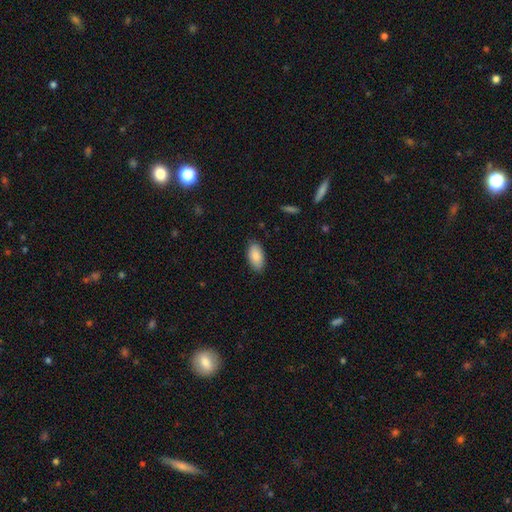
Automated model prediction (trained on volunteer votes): smooth_or_featured: smooth (p=0.88) [alt: star or artifact p=0.06]
how_rounded: in between (p=0.94) [alt: cigar-shaped p=0.03]
merging: none (p=0.85) [alt: minor disturbance p=0.11]